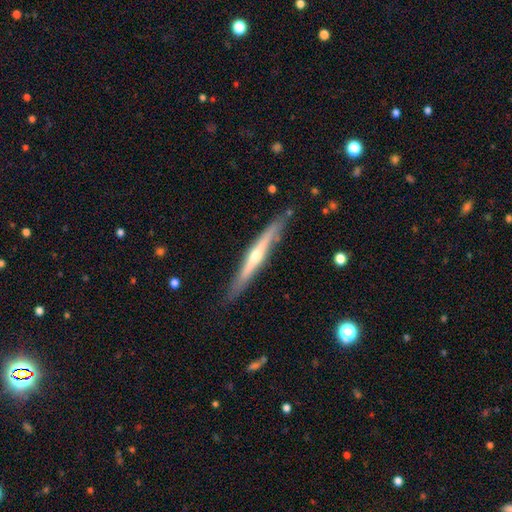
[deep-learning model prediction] The model was most divided on "smooth or featured": featured or disk: 70%, smooth: 24%, star or artifact: 6%. More confident: edge-on disk — yes (96%); merging — none (85%); edge-on bulge — rounded (81%).